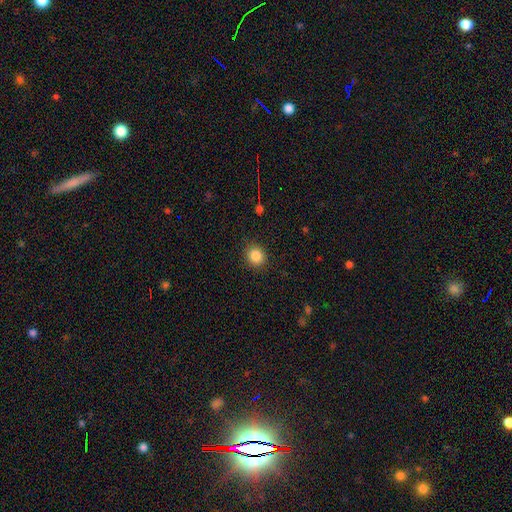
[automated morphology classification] Smooth or featured? smooth (85%)
How rounded? round (85%)
Merging? none (90%)